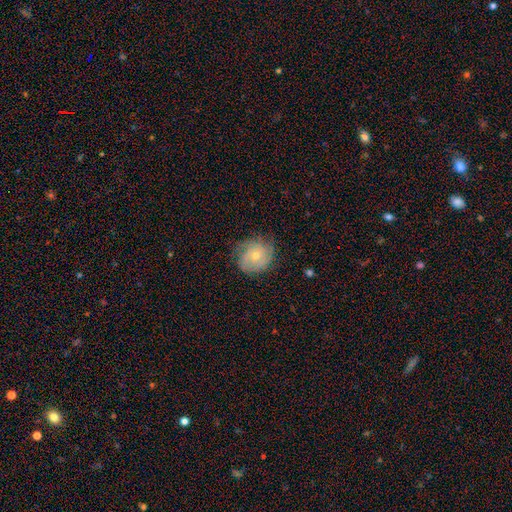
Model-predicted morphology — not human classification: Smooth or featured: featured or disk — 52% (smooth — 40%)
Edge-on disk: no — 97% (yes — 3%)
Bar: no — 82% (weak — 15%)
Spiral arms: yes — 79% (no — 21%)
Bulge size: small — 49% (moderate — 48%)
Merging: none — 68% (minor disturbance — 23%)